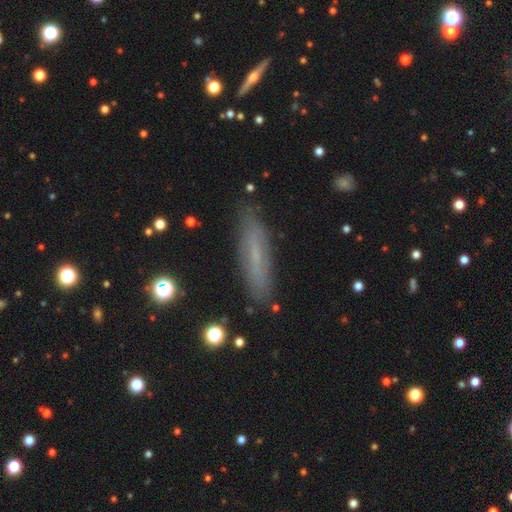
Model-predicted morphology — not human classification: type=smooth (54%); roundness=cigar-shaped (80%); merging=none (86%).